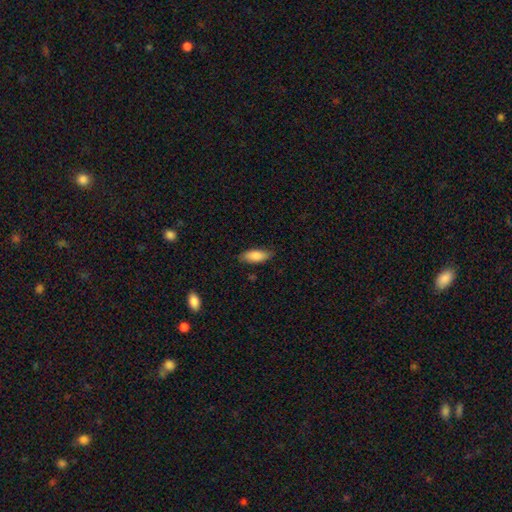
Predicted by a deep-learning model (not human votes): Smooth or featured? smooth (86%)
How rounded? in between (80%)
Merging? none (81%)